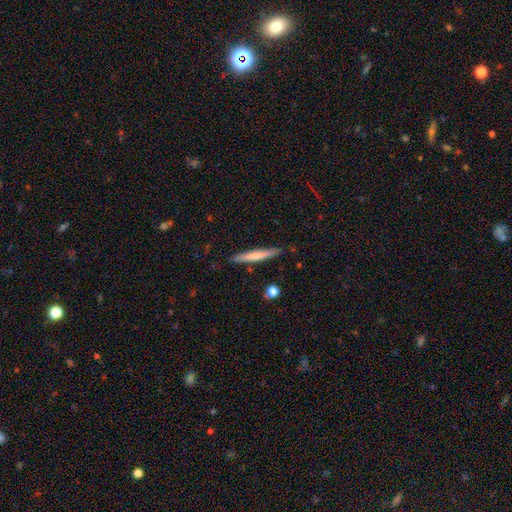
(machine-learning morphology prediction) type=smooth (61%); roundness=cigar-shaped (95%); merging=none (86%).